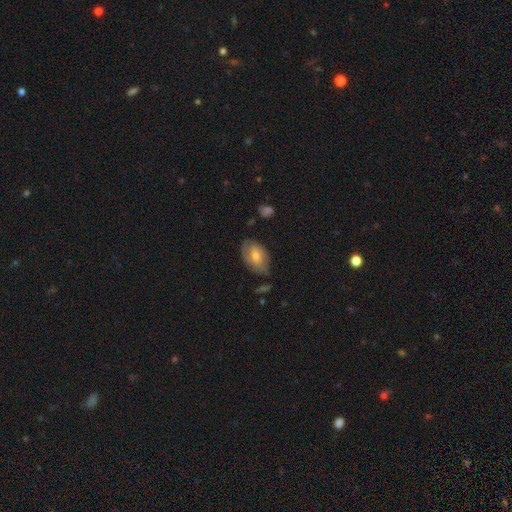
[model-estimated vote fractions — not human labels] This appears to be a smooth galaxy with no disk features (48%). Merging: none (66%).